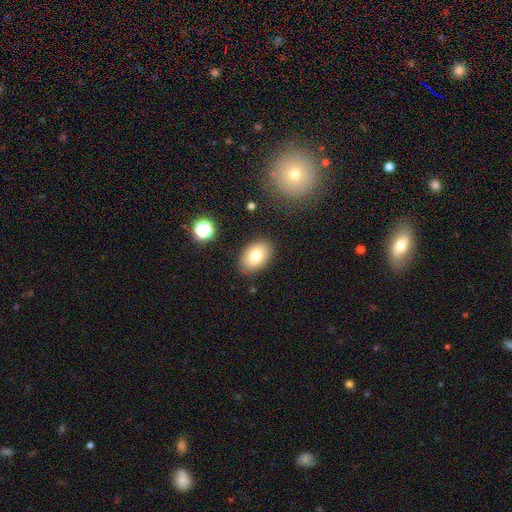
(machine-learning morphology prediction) Smooth or featured?
  - smooth: 78% *
  - featured or disk: 13%
  - star or artifact: 9%
How rounded?
  - in between: 86% *
  - round: 13%
  - cigar-shaped: 1%
Merging?
  - none: 86% *
  - minor disturbance: 9%
  - major disturbance: 3%
  - merger: 2%